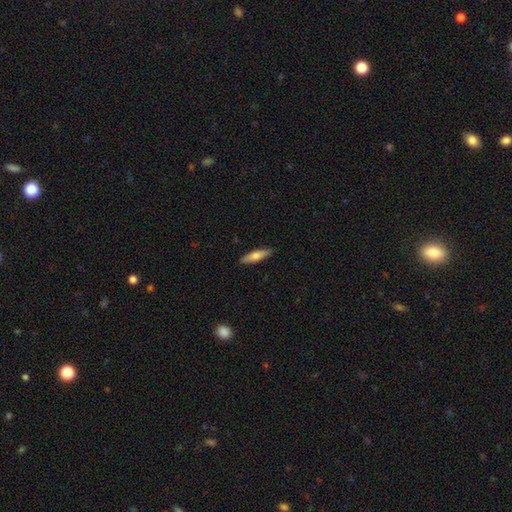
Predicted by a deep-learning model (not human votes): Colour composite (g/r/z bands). It shows a smooth galaxy with no disk features (65%) that is cigar-shaped (67%). Merging: none (90%).